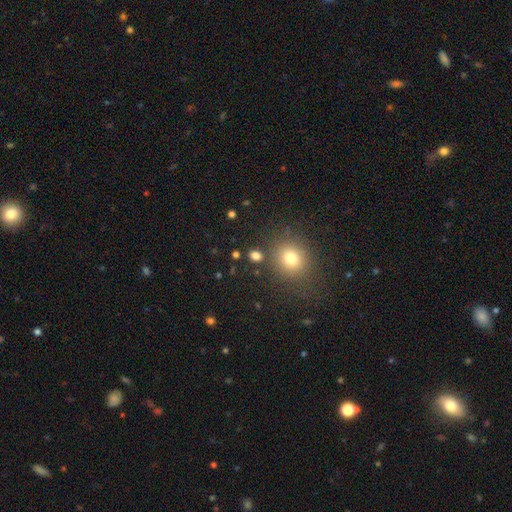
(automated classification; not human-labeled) This is likely a smooth galaxy (75%). How rounded: possibly round (57%). Merging: clearly none (82%).